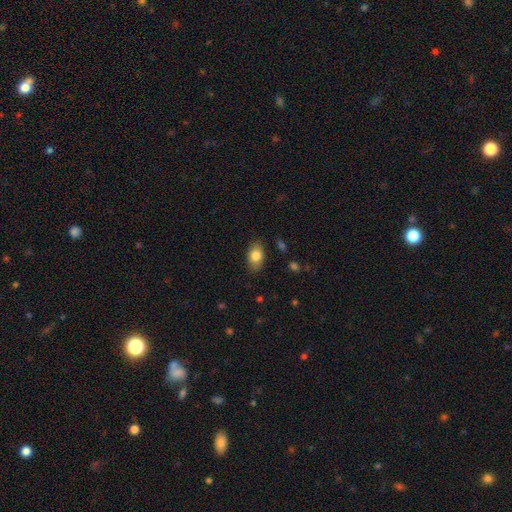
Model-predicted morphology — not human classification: Smooth or featured?
  - smooth: 82% *
  - featured or disk: 11%
  - star or artifact: 8%
How rounded?
  - in between: 88% *
  - round: 10%
  - cigar-shaped: 2%
Merging?
  - none: 83% *
  - minor disturbance: 13%
  - major disturbance: 3%
  - merger: 1%